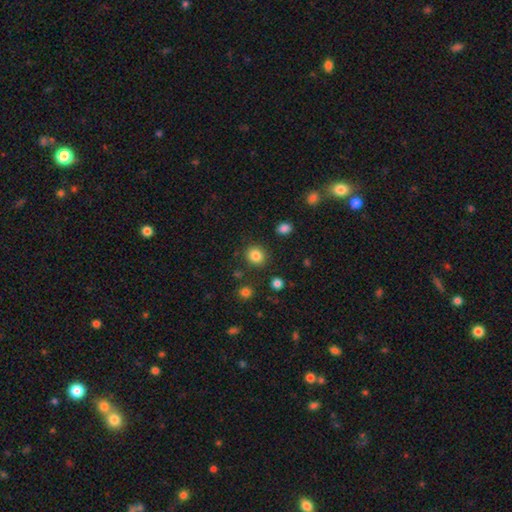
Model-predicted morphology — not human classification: This is clearly a smooth galaxy (84%). How rounded: likely round (77%). Merging: clearly none (87%).